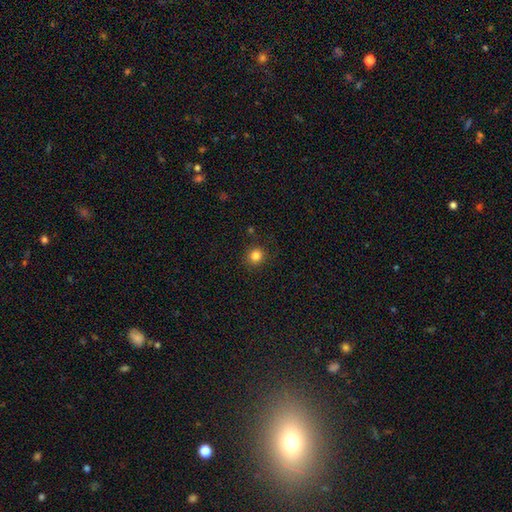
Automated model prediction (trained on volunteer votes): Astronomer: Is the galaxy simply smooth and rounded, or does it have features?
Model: smooth — 83%.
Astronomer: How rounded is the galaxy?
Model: round — 90%.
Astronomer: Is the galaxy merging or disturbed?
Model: none — 88%.